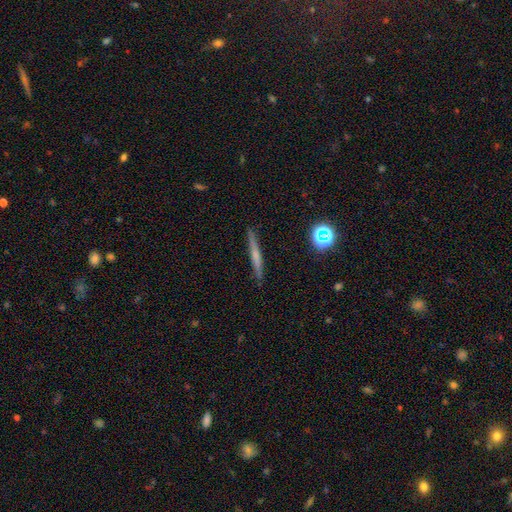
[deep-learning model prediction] Smooth or featured?
  - featured or disk: 46% *
  - smooth: 45%
  - star or artifact: 10%
Merging?
  - none: 90% *
  - minor disturbance: 7%
  - major disturbance: 2%
  - merger: 1%